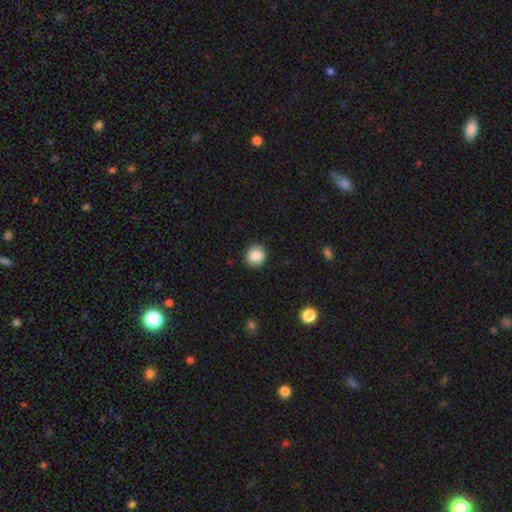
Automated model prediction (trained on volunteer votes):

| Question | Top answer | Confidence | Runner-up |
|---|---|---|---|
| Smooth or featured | smooth | 86% | star or artifact (9%) |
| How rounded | round | 78% | in between (21%) |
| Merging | none | 87% | minor disturbance (9%) |